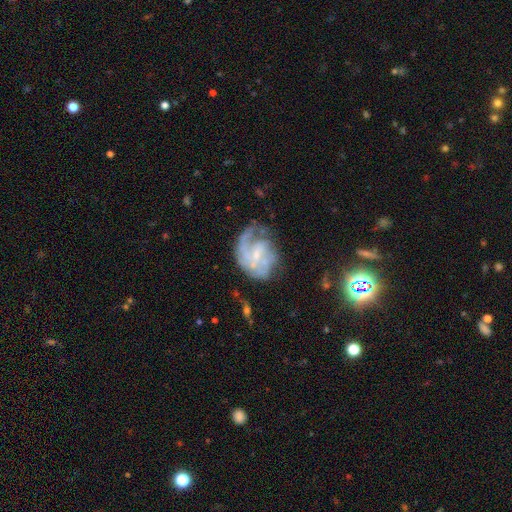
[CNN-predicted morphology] featured or disk 79%, smooth 14%, star or artifact 7%. Down the decision tree: edge-on disk — no (98%); bar — no (47%); spiral arms — yes (87%); spiral arm count — can't tell (29%); spiral winding — medium (39%); bulge size — small (61%); merging — none (49%).